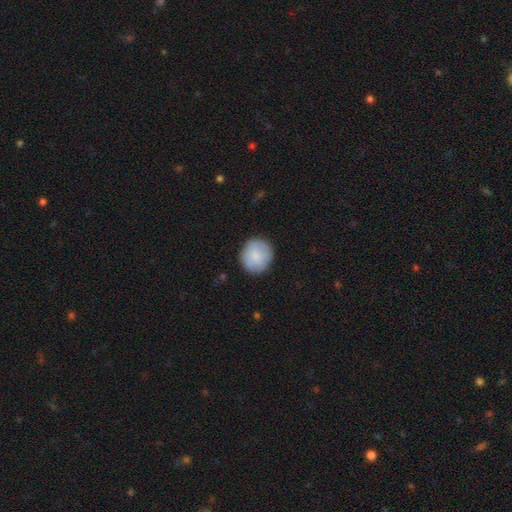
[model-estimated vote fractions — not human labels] Smooth or featured? smooth (80%)
How rounded? round (88%)
Merging? none (85%)